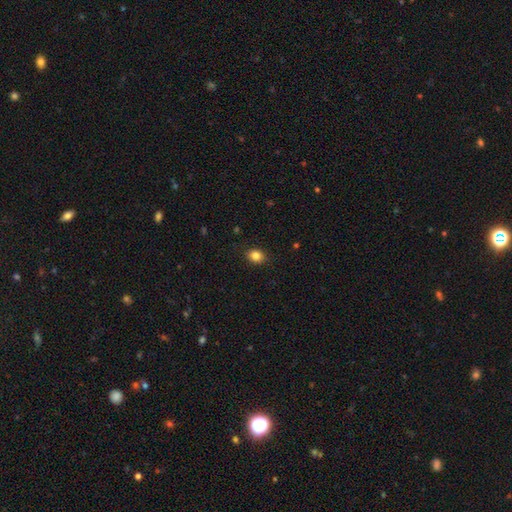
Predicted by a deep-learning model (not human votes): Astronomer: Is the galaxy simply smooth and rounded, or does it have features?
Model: smooth — 85%.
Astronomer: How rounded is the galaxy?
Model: round — 52% (runner-up: in between, 47%).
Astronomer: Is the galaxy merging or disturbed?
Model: none — 88%.